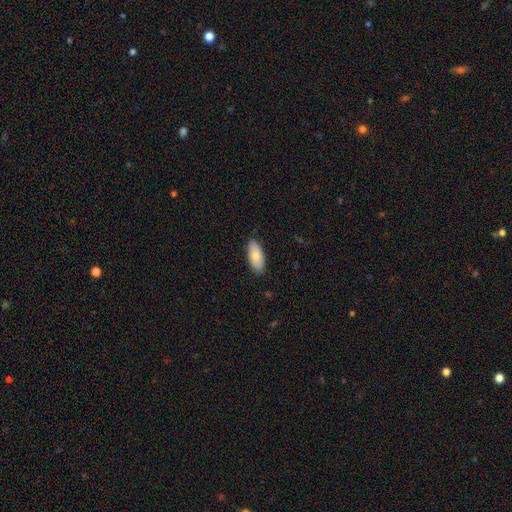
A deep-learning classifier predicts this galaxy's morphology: Overall: smooth (78%). How rounded: in between (88%). Merging: none (88%).